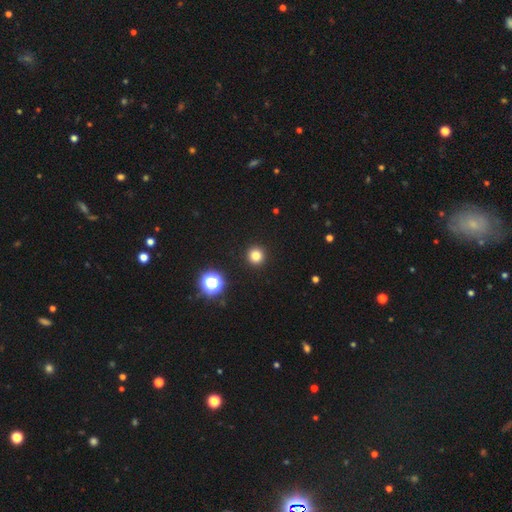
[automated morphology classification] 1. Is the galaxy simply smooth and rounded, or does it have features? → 80% smooth, 15% star or artifact, 5% featured or disk.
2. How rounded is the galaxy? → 96% round, 3% in between, 1% cigar-shaped.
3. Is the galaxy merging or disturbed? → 93% none, 4% minor disturbance, 2% major disturbance, 1% merger.